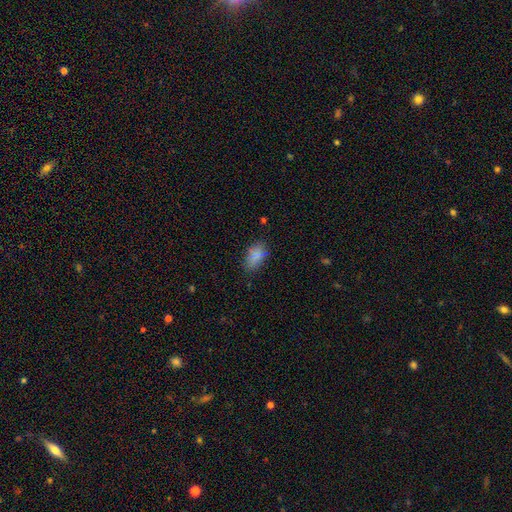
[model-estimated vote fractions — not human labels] Overall: smooth (79%). How rounded: in between (91%). Merging: none (77%).